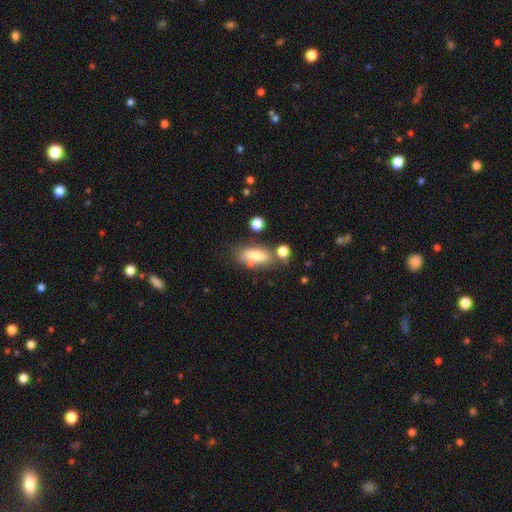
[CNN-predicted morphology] This is likely a smooth galaxy (68%). How rounded: likely in between (78%). Merging: likely none (61%).